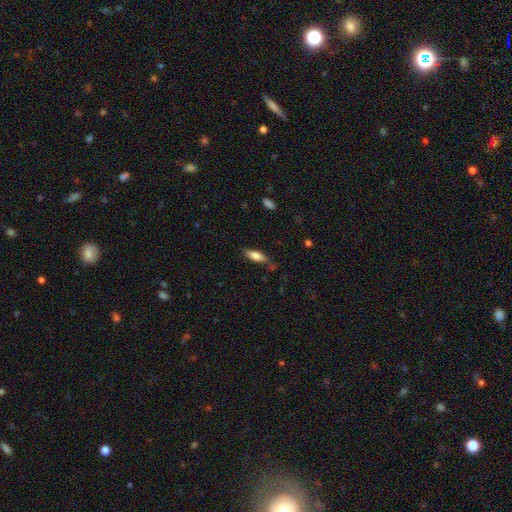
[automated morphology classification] This appears to be a smooth galaxy with no disk features (76%) that is in between round and cigar-shaped (56%). Merging: none (72%).